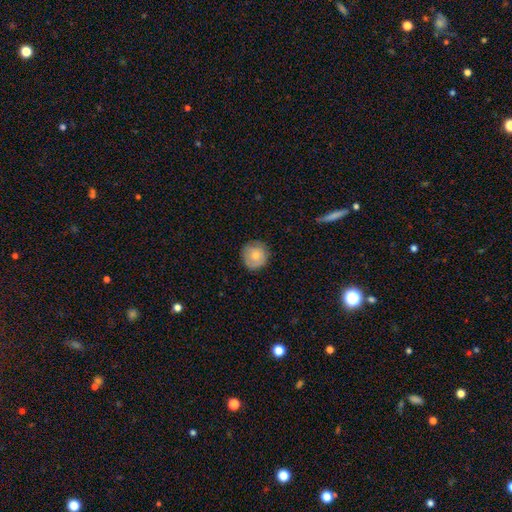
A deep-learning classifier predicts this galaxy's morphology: A smooth galaxy with no disk features (75%) that is round (92%).

Vote fractions:
- Smooth or featured? smooth: 75% / featured or disk: 18% / star or artifact: 7%
- How rounded? round: 92% / in between: 7% / cigar-shaped: 1%
- Merging? none: 81% / minor disturbance: 15% / major disturbance: 3% / merger: 1%